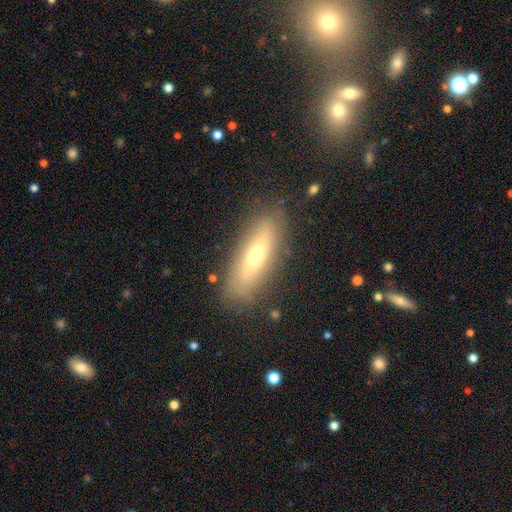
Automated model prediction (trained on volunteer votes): This appears to be a smooth galaxy with no disk features (53%) that is cigar-shaped (55%). Merging: none (83%).